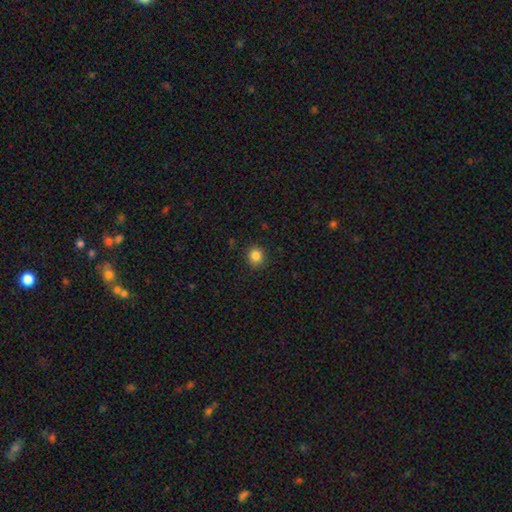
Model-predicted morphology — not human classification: smooth 85%, star or artifact 11%, featured or disk 4%. Down the decision tree: how rounded — round (88%); merging — none (90%).